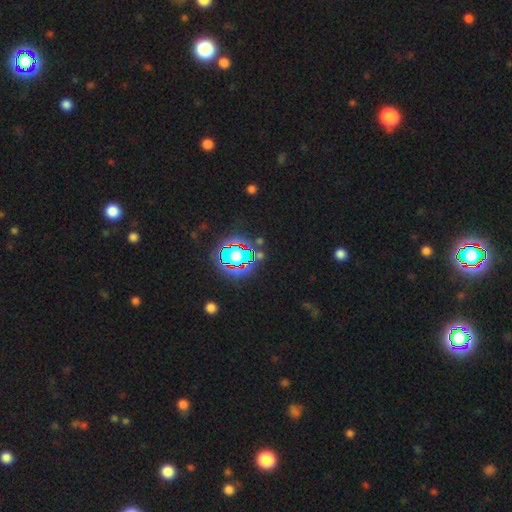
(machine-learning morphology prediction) Q: Smooth or featured?
A: star or artifact (74%); runner-up: smooth (15%)